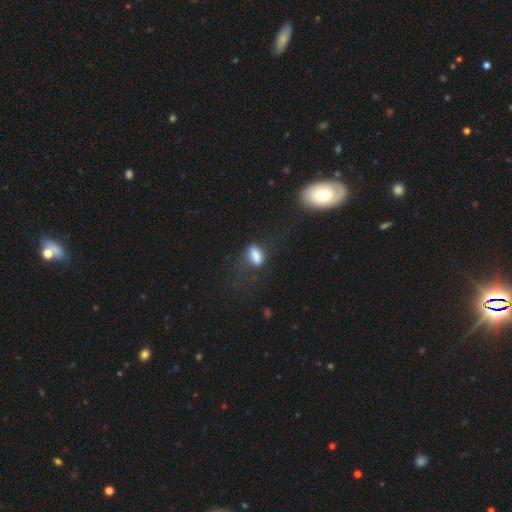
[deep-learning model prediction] A smooth galaxy with no disk features (75%) that is in between round and cigar-shaped (79%).

Vote fractions:
- Smooth or featured? smooth: 75% / featured or disk: 15% / star or artifact: 10%
- How rounded? in between: 79% / cigar-shaped: 15% / round: 7%
- Merging? none: 50% / major disturbance: 24% / minor disturbance: 23% / merger: 4%